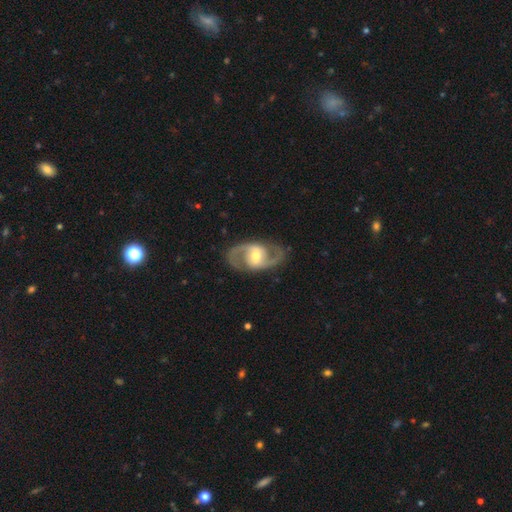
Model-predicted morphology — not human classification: Overall: featured or disk (90%). Edge-on disk: no (97%). Bar: weak (45%; no 30%). Spiral arms: yes (96%). Spiral arm count: 2 (93%). Spiral winding: medium (59%; loose 24%). Bulge size: moderate (60%; small 32%). Merging: none (85%).